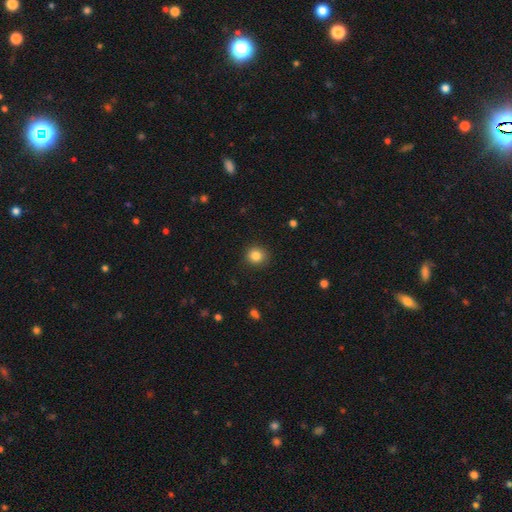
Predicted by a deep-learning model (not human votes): Smooth or featured: smooth — 84% (star or artifact — 11%)
How rounded: round — 87% (in between — 12%)
Merging: none — 89% (minor disturbance — 7%)